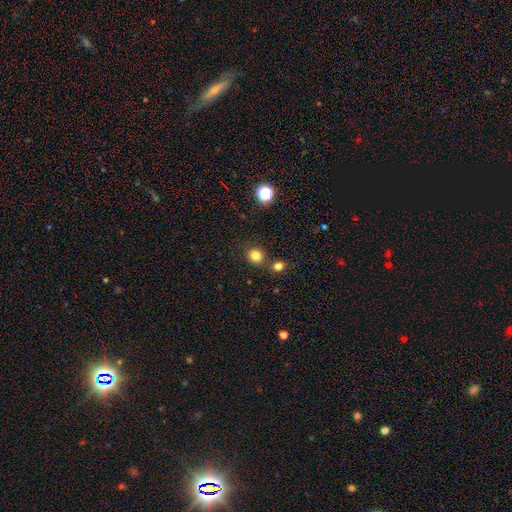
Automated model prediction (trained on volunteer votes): smooth 81%, star or artifact 14%, featured or disk 5%. Down the decision tree: how rounded — round (84%); merging — none (78%).